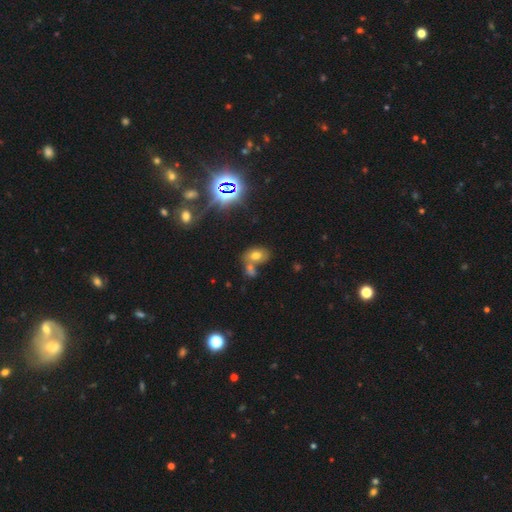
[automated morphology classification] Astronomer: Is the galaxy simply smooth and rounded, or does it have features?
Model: smooth — 64%.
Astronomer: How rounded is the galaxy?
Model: in between — 76%.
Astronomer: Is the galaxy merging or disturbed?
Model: none — 42%, tied with merger at 42%.